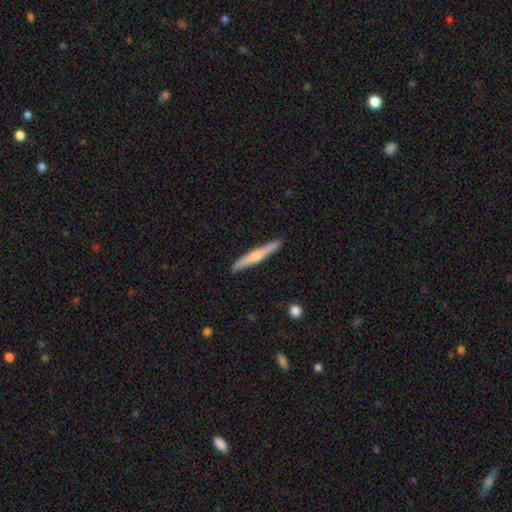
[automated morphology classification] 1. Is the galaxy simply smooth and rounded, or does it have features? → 62% featured or disk, 32% smooth, 5% star or artifact.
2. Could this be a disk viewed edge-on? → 97% yes, 3% no.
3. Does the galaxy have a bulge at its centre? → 84% rounded, 12% none, 4% boxy.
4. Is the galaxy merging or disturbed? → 91% none, 6% minor disturbance, 1% major disturbance, 1% merger.